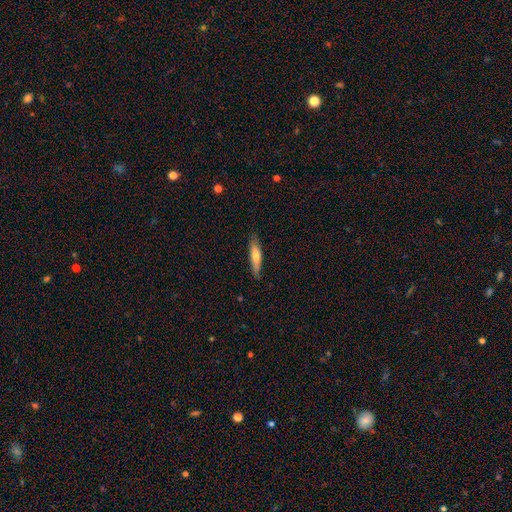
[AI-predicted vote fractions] smooth-or-featured: smooth: 64% | featured or disk: 30% | star or artifact: 6%
  how-rounded: cigar-shaped: 82% | in between: 16% | round: 1%
  merging: none: 83% | minor disturbance: 14% | major disturbance: 2% | merger: 1%